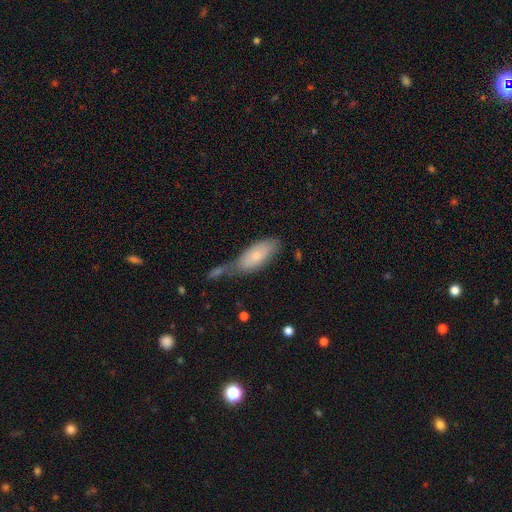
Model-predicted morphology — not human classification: smooth_or_featured: smooth (p=0.73) [alt: featured or disk p=0.21]
how_rounded: in between (p=0.82) [alt: cigar-shaped p=0.15]
merging: none (p=0.36) [alt: merger p=0.33]